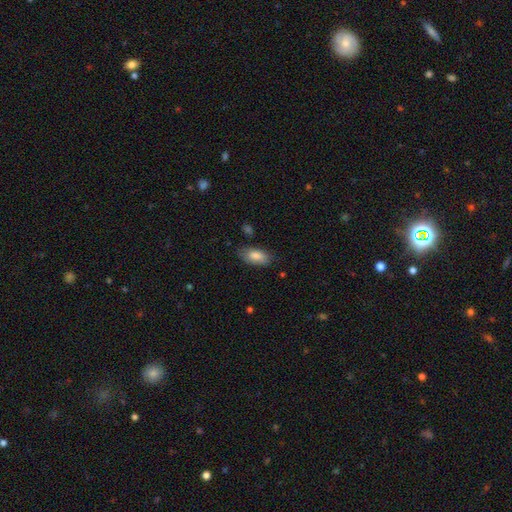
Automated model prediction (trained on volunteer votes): This is clearly a smooth galaxy (84%). How rounded: clearly in between (90%). Merging: likely none (76%).